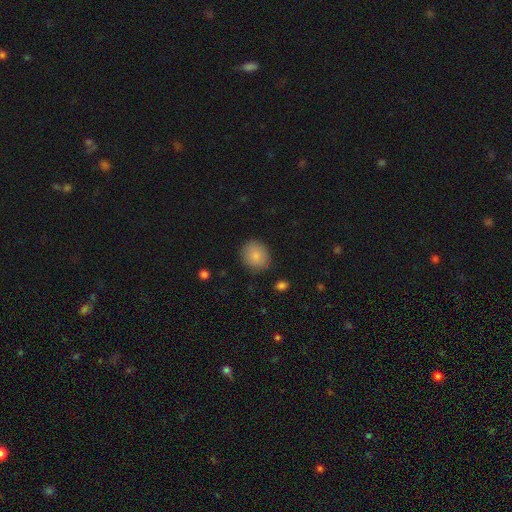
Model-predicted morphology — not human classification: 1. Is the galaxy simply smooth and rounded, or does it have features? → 86% smooth, 8% star or artifact, 6% featured or disk.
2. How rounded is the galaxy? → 76% round, 23% in between, 1% cigar-shaped.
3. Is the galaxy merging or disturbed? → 85% none, 11% minor disturbance, 3% major disturbance, 1% merger.